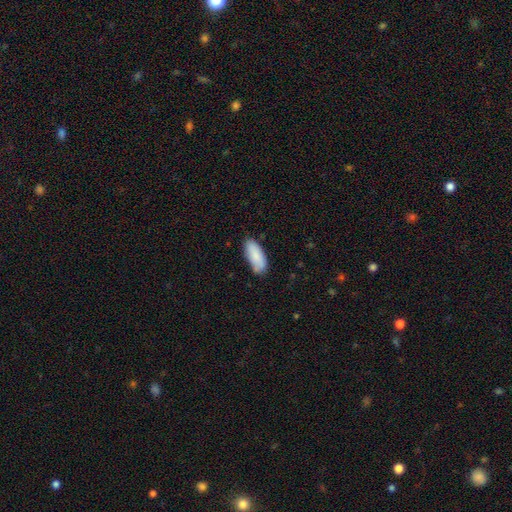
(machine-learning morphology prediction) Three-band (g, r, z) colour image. It shows a smooth galaxy with no disk features (86%) that is in between round and cigar-shaped (84%). Merging: none (76%).